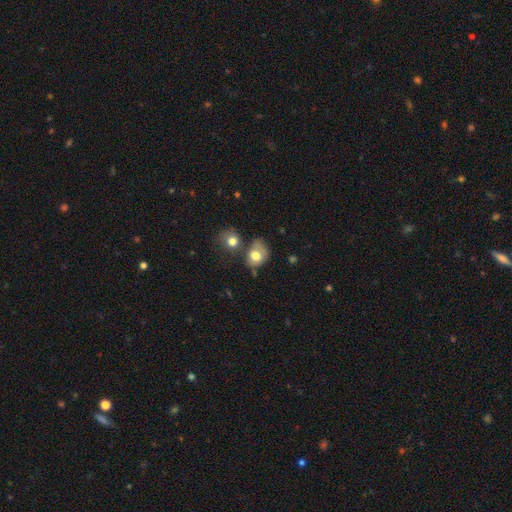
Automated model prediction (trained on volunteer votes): A smooth galaxy with no disk features (71%) that is in between round and cigar-shaped (51%). Merging: none (36%).